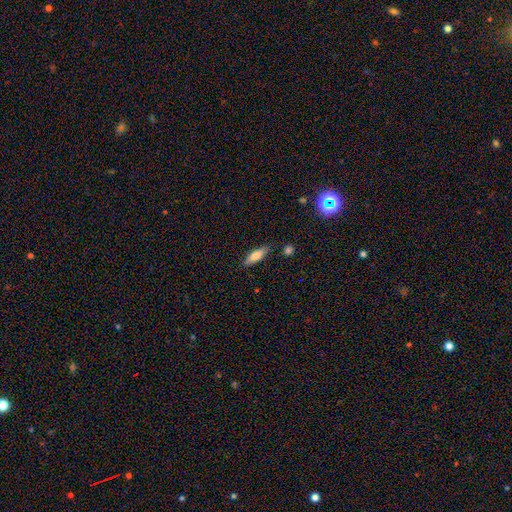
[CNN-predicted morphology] Smooth or featured?
  - smooth: 71% *
  - featured or disk: 22%
  - star or artifact: 7%
How rounded?
  - cigar-shaped: 53% *
  - in between: 45%
  - round: 2%
Merging?
  - none: 82% *
  - minor disturbance: 12%
  - merger: 3%
  - major disturbance: 3%